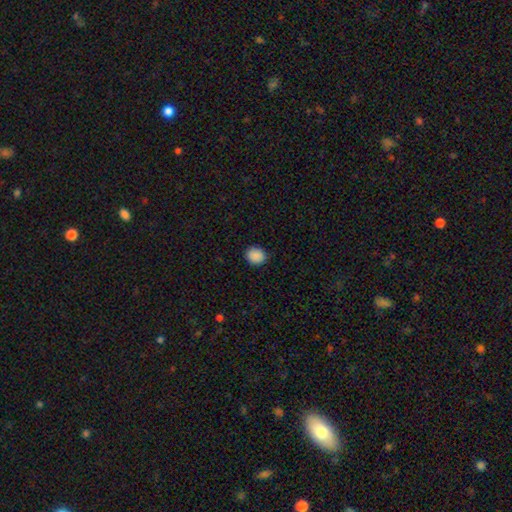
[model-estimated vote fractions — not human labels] This is clearly a smooth galaxy (89%). How rounded: clearly round (80%). Merging: clearly none (90%).